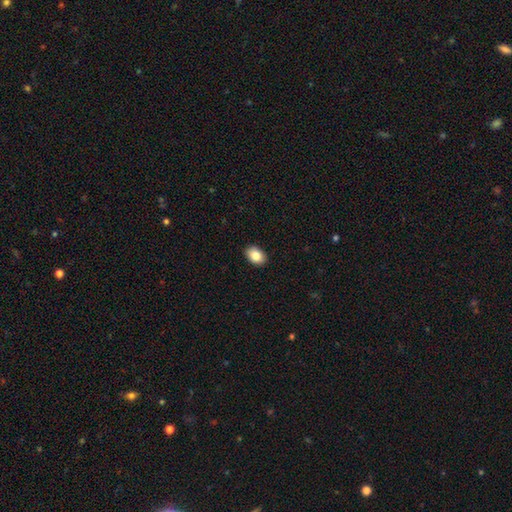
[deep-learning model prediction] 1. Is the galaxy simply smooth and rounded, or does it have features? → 84% smooth, 8% star or artifact, 8% featured or disk.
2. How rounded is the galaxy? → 79% in between, 20% round, 1% cigar-shaped.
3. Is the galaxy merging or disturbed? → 90% none, 8% minor disturbance, 2% major disturbance, 1% merger.